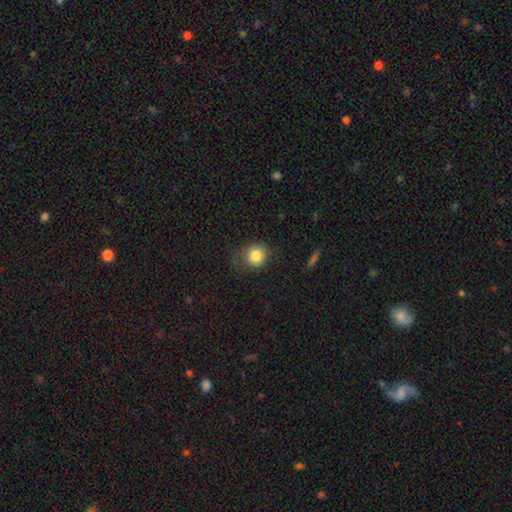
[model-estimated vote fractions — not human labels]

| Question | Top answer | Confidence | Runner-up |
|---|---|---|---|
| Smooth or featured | smooth | 83% | star or artifact (10%) |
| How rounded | round | 82% | in between (17%) |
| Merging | none | 64% | minor disturbance (23%) |